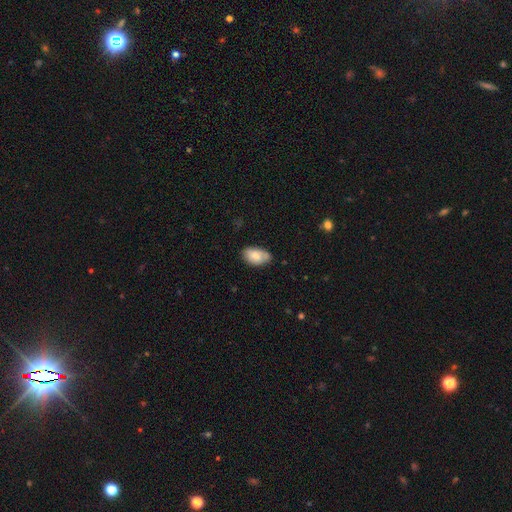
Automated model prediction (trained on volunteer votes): Morphology: type=smooth (79%); roundness=in between (94%); merging=none (67%).